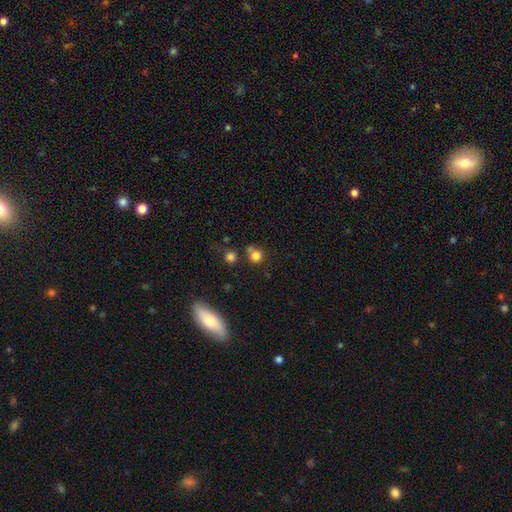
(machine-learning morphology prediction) Overall: smooth (79%). How rounded: round (85%). Merging: none (62%).